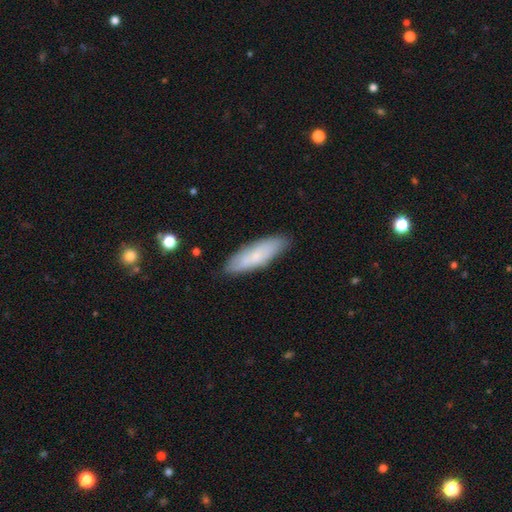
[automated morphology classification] Smooth or featured? smooth (67%)
How rounded? cigar-shaped (52%)
Merging? none (84%)